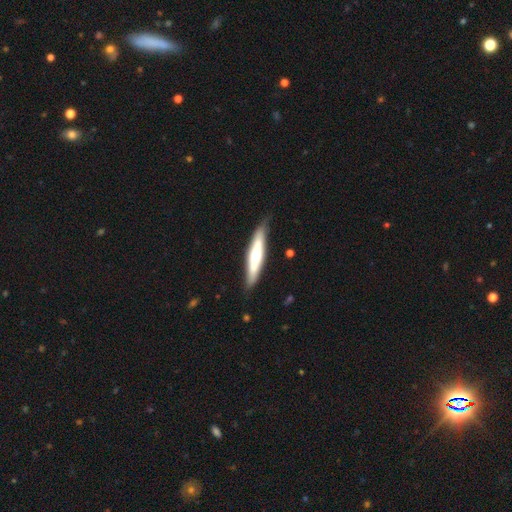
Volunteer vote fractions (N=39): smooth_or_featured: featured or disk (p=0.69) [alt: smooth p=0.31]
disk_edge_on: yes (p=0.89) [alt: no p=0.11]
edge_on_bulge: rounded (p=0.75) [alt: none p=0.21]
merging: none (p=0.64) [alt: minor disturbance p=0.26]